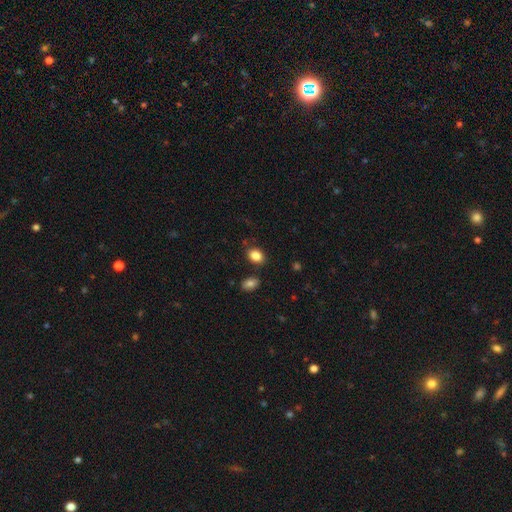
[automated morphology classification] A smooth galaxy with no disk features (85%) that is in between round and cigar-shaped (74%).

Vote fractions:
- Smooth or featured? smooth: 85% / star or artifact: 9% / featured or disk: 6%
- How rounded? in between: 74% / round: 25% / cigar-shaped: 1%
- Merging? none: 79% / minor disturbance: 12% / merger: 6% / major disturbance: 3%